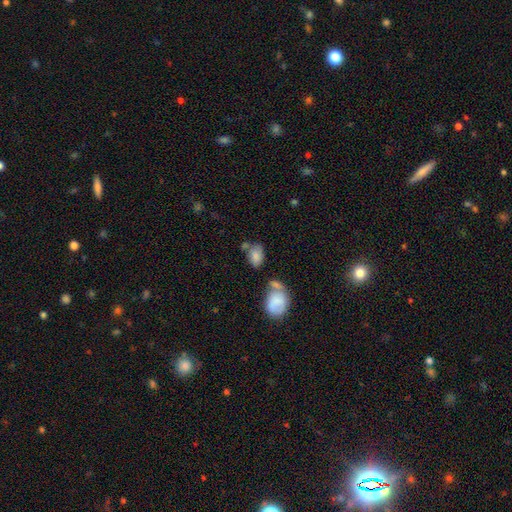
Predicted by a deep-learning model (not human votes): Smooth or featured?
  - smooth: 81% *
  - featured or disk: 11%
  - star or artifact: 8%
How rounded?
  - in between: 87% *
  - round: 11%
  - cigar-shaped: 2%
Merging?
  - none: 43% *
  - merger: 30%
  - minor disturbance: 18%
  - major disturbance: 8%